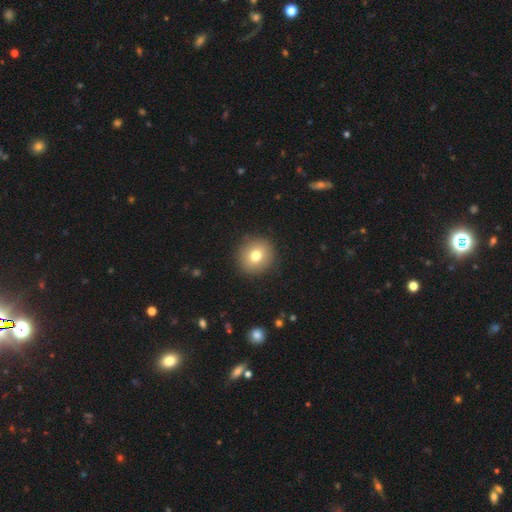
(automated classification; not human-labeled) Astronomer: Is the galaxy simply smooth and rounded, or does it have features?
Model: smooth — 76%.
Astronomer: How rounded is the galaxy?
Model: round — 88%.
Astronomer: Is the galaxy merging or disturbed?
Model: none — 90%.